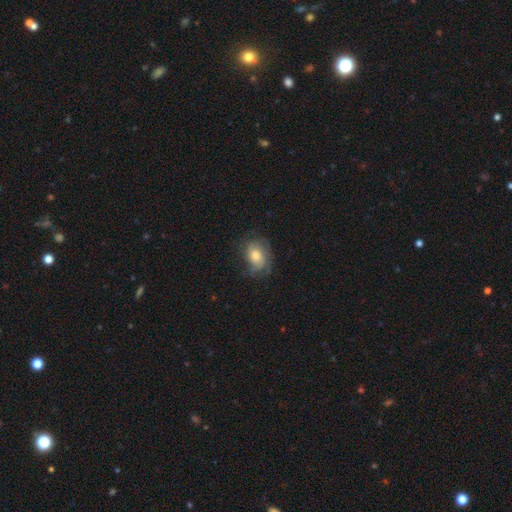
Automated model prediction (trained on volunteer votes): Smooth or featured: featured or disk — 49% (smooth — 42%)
Merging: none — 61% (minor disturbance — 23%)